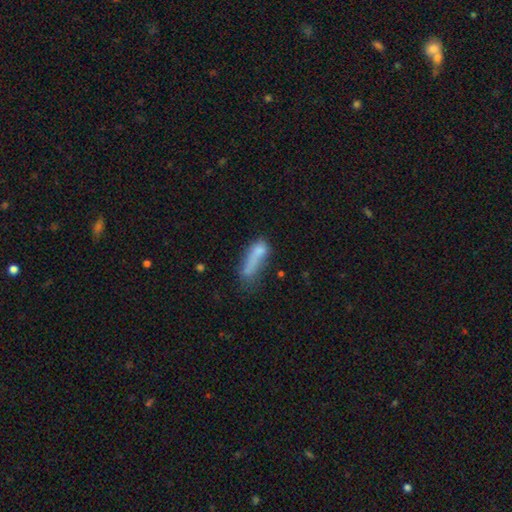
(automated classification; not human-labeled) Q: Smooth or featured?
A: smooth (69%); runner-up: featured or disk (20%)
Q: How rounded?
A: cigar-shaped (53%); runner-up: in between (43%)
Q: Merging?
A: none (30%); runner-up: major disturbance (28%)